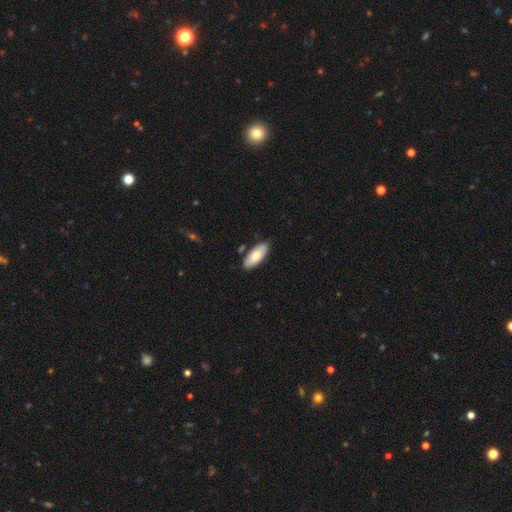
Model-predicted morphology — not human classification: Q: Smooth or featured?
A: smooth (76%); runner-up: featured or disk (19%)
Q: How rounded?
A: in between (83%); runner-up: cigar-shaped (15%)
Q: Merging?
A: none (83%); runner-up: minor disturbance (11%)